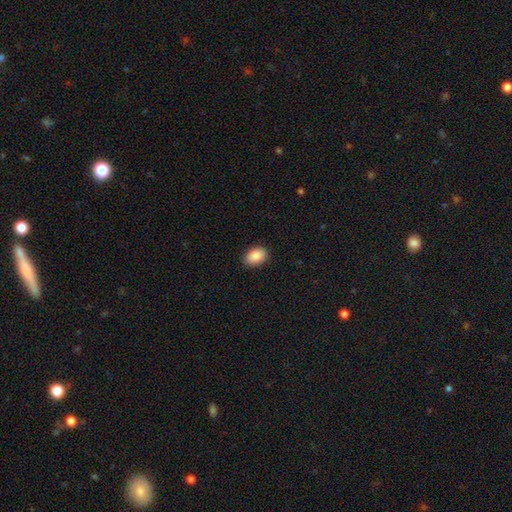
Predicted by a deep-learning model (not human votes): The model was most divided on "how rounded": in between: 83%, round: 15%, cigar-shaped: 1%. More confident: smooth or featured — smooth (89%); merging — none (87%).